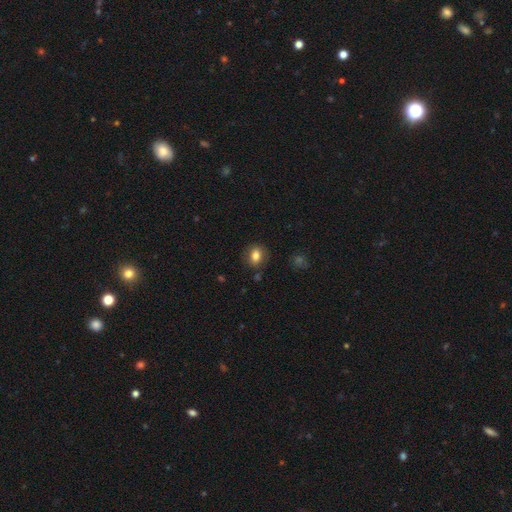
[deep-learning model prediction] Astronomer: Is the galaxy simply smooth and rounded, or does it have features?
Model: smooth — 81%.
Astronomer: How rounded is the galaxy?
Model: round — 51% (runner-up: in between, 48%).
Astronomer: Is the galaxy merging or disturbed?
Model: none — 83%.